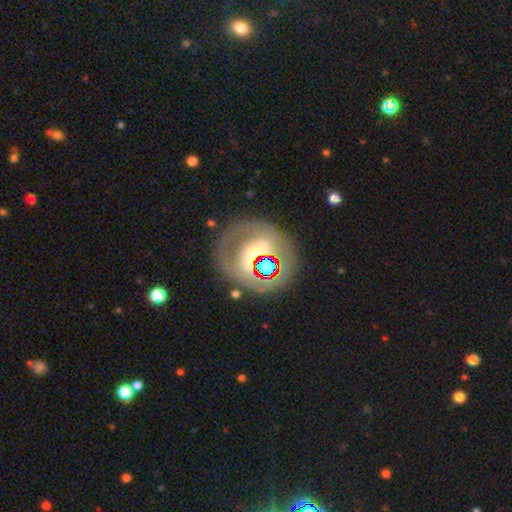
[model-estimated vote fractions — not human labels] A featured or disk galaxy (51%).

Vote fractions:
- Smooth or featured? featured or disk: 51% / smooth: 32% / star or artifact: 17%
- Edge-on disk? no: 95% / yes: 5%
- Merging? none: 70% / minor disturbance: 15% / major disturbance: 11% / merger: 4%